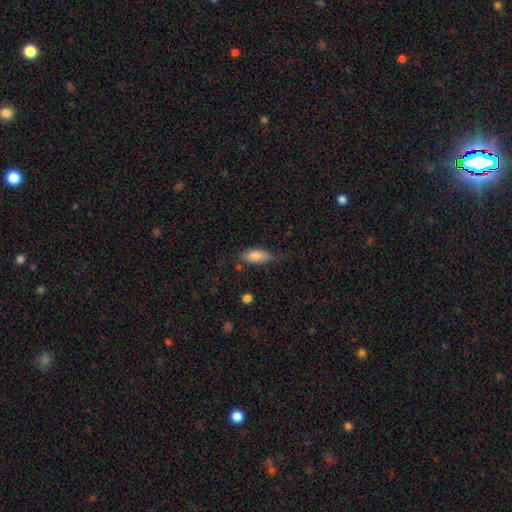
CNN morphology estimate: The model was most divided on "merging": none: 62%, minor disturbance: 28%, major disturbance: 7%, merger: 3%. More confident: smooth or featured — smooth (82%); how rounded — in between (79%).